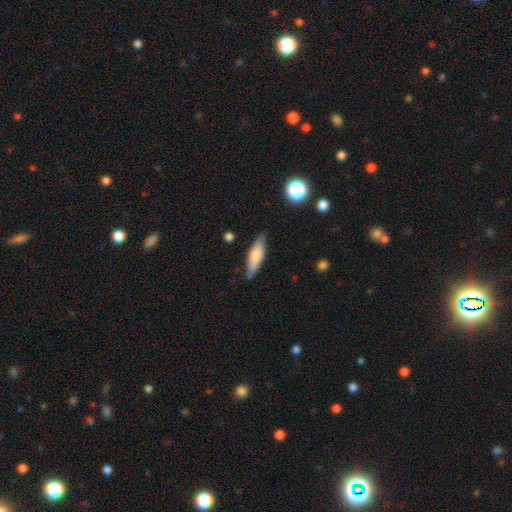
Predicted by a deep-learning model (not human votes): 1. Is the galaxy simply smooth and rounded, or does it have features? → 73% smooth, 22% featured or disk, 6% star or artifact.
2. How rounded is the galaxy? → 50% cigar-shaped, 48% in between, 2% round.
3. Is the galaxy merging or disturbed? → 81% none, 15% minor disturbance, 3% major disturbance, 2% merger.